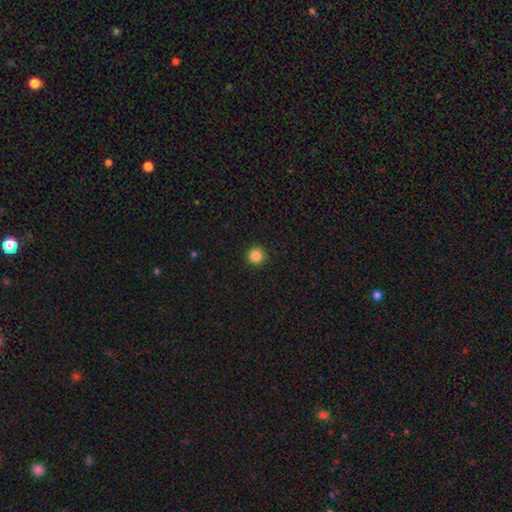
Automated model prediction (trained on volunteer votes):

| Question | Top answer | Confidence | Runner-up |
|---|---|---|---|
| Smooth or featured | smooth | 85% | star or artifact (11%) |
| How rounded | round | 96% | in between (3%) |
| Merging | none | 93% | minor disturbance (4%) |